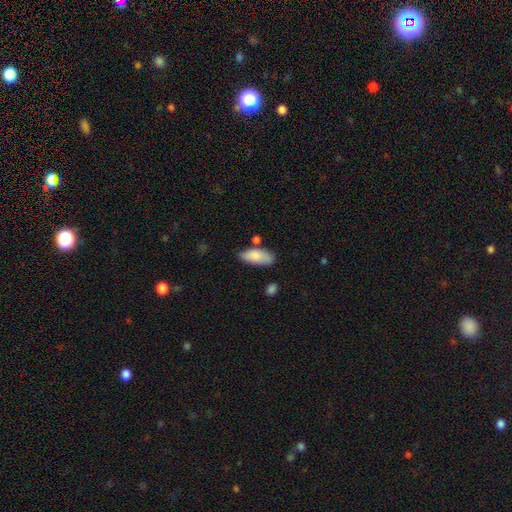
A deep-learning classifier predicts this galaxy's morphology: Q: Smooth or featured?
A: smooth (84%); runner-up: featured or disk (10%)
Q: How rounded?
A: in between (87%); runner-up: cigar-shaped (10%)
Q: Merging?
A: none (65%); runner-up: minor disturbance (22%)